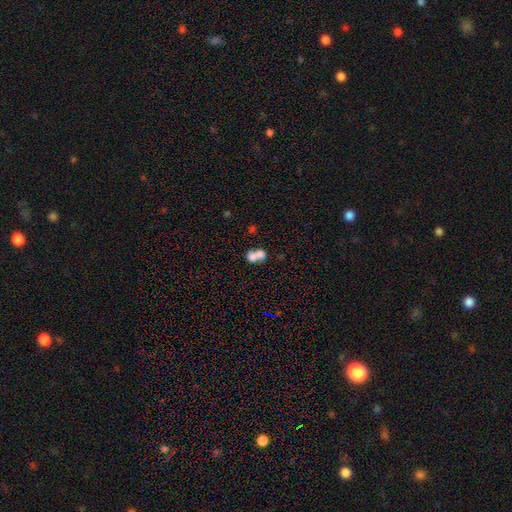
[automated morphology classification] smooth_or_featured: smooth (p=0.67) [alt: featured or disk p=0.22]
how_rounded: in between (p=0.50) [alt: round p=0.48]
merging: merger (p=0.73) [alt: none p=0.18]